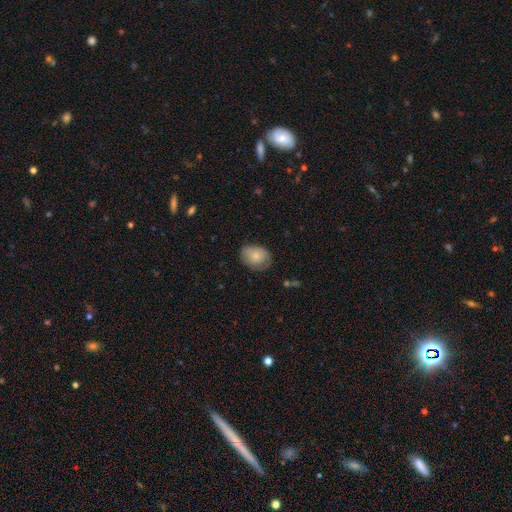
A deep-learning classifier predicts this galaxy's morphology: The model was most divided on "how rounded": in between: 68%, round: 31%, cigar-shaped: 1%. More confident: smooth or featured — smooth (73%); merging — none (67%).